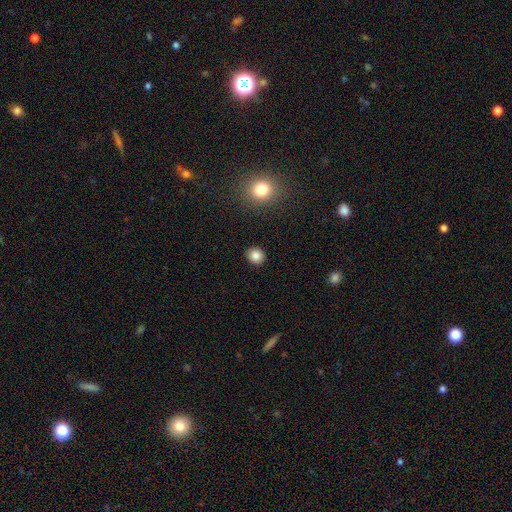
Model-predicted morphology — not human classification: Smooth or featured?
  - smooth: 85% *
  - star or artifact: 11%
  - featured or disk: 4%
How rounded?
  - round: 86% *
  - in between: 13%
  - cigar-shaped: 1%
Merging?
  - none: 91% *
  - minor disturbance: 5%
  - major disturbance: 2%
  - merger: 1%